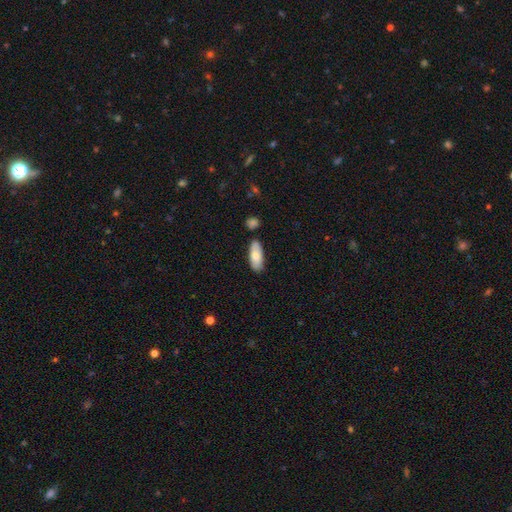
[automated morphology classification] Smooth or featured: smooth — 79% (featured or disk — 15%)
How rounded: in between — 80% (cigar-shaped — 18%)
Merging: none — 80% (minor disturbance — 13%)